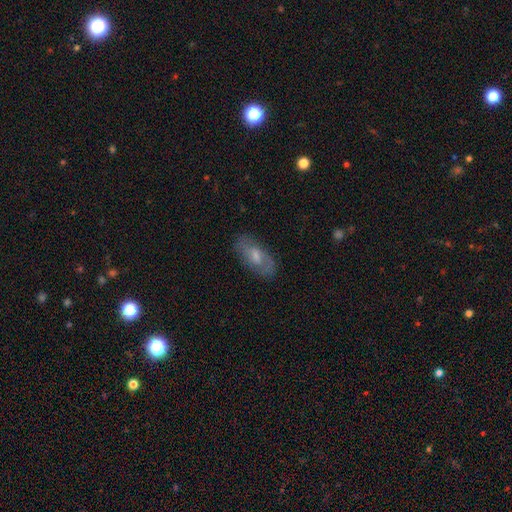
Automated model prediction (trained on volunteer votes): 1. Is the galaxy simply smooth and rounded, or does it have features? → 47% featured or disk, 43% smooth, 10% star or artifact.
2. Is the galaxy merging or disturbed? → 80% none, 14% minor disturbance, 4% major disturbance, 1% merger.